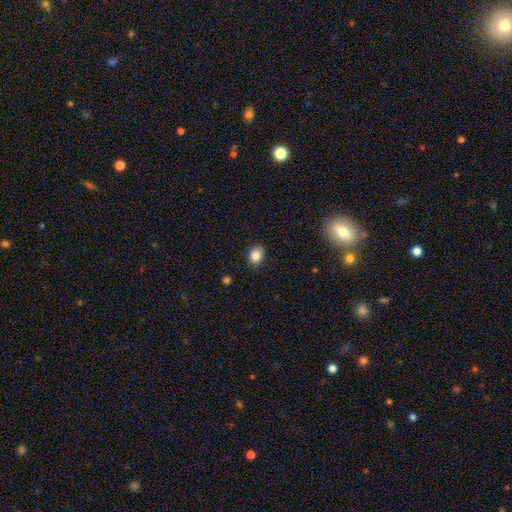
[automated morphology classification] This is clearly a smooth galaxy (85%). How rounded: possibly in between (57%). Merging: clearly none (85%).